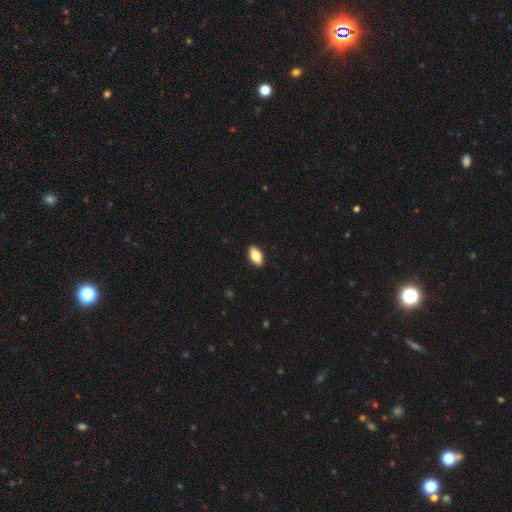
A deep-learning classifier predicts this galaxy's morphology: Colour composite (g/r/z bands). It shows a smooth galaxy with no disk features (79%) that is in between round and cigar-shaped (90%). Merging: none (91%).